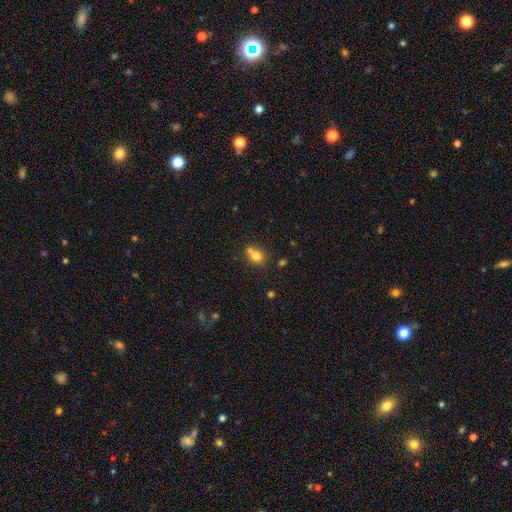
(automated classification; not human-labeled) Smooth or featured? Predicted: smooth (p=0.76). How rounded? Predicted: round (p=0.62). Merging? Predicted: merger (p=0.44).